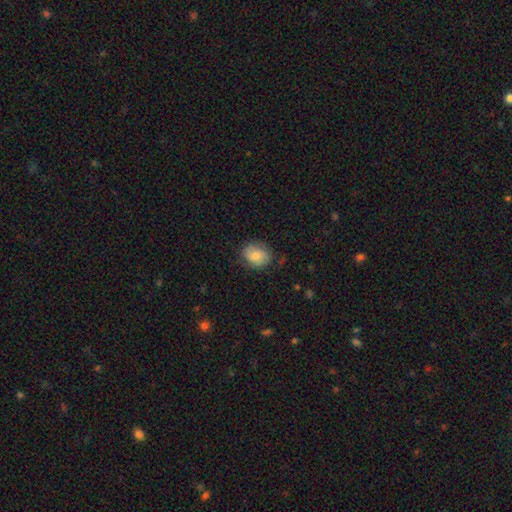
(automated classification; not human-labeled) A smooth galaxy with no disk features (75%) that is in between round and cigar-shaped (50%). Merging: none (73%).